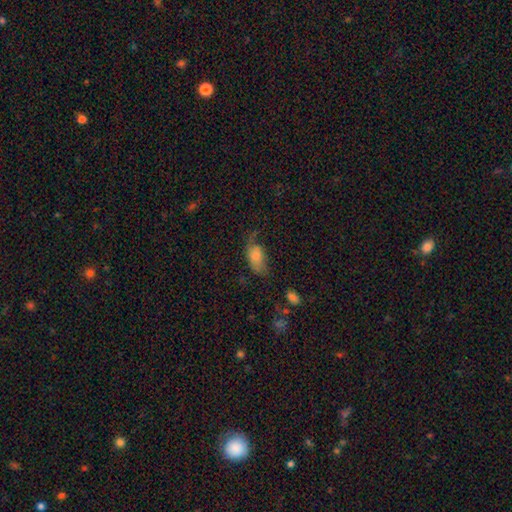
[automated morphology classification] The model was most divided on "merging": none: 43%, minor disturbance: 34%, major disturbance: 21%, merger: 3%. More confident: how rounded — in between (88%); smooth or featured — smooth (71%).